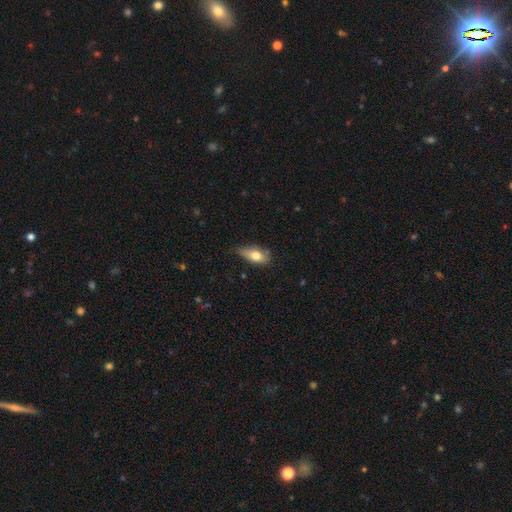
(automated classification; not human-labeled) smooth_or_featured: smooth (p=0.73) [alt: featured or disk p=0.20]
how_rounded: in between (p=0.81) [alt: cigar-shaped p=0.14]
merging: none (p=0.48) [alt: minor disturbance p=0.40]